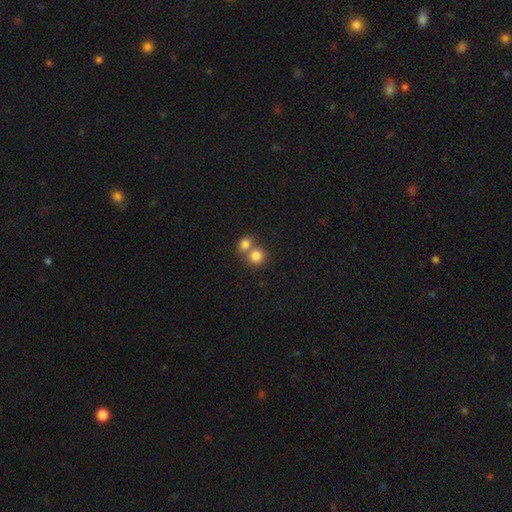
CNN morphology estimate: smooth 82%, star or artifact 10%, featured or disk 9%. Down the decision tree: how rounded — round (81%); merging — merger (53%).